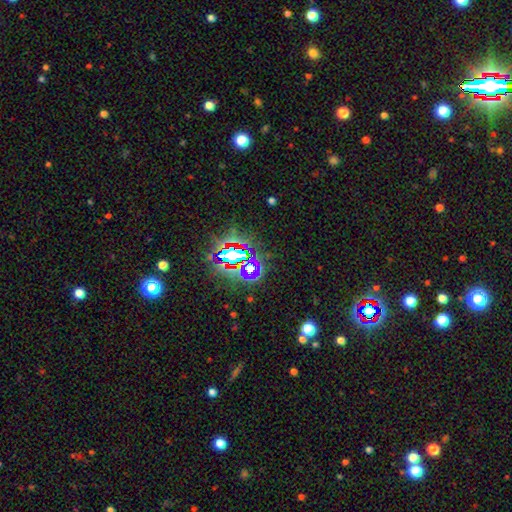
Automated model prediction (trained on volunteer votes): This is clearly a star or artifact rather than a galaxy (81%).